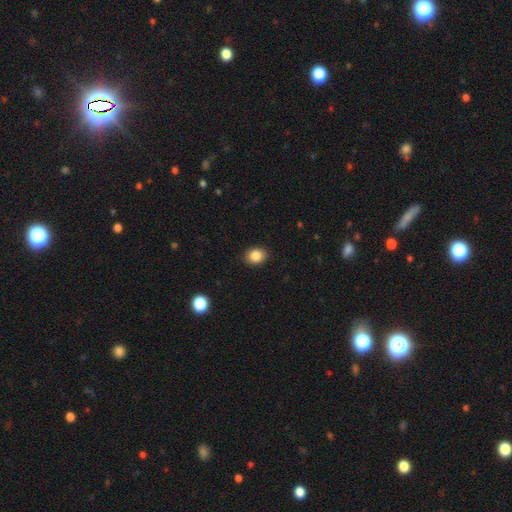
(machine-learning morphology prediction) Smooth or featured?
  - smooth: 86% *
  - star or artifact: 9%
  - featured or disk: 5%
How rounded?
  - round: 56% *
  - in between: 43%
  - cigar-shaped: 1%
Merging?
  - none: 90% *
  - minor disturbance: 8%
  - major disturbance: 2%
  - merger: 1%